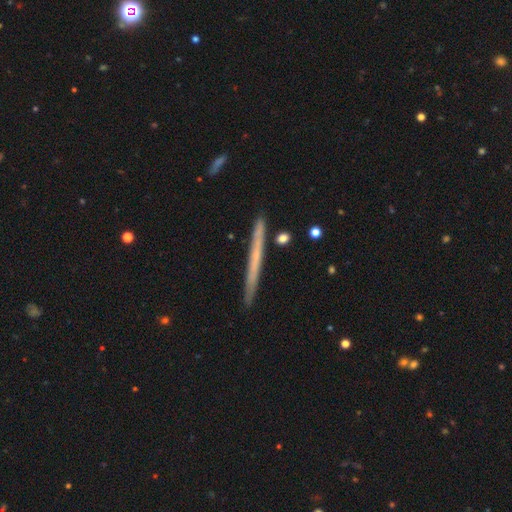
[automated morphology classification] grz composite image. It shows a featured or disk galaxy (52%) viewed edge-on (97%) with no central bulge (88%). Merging: none (89%).